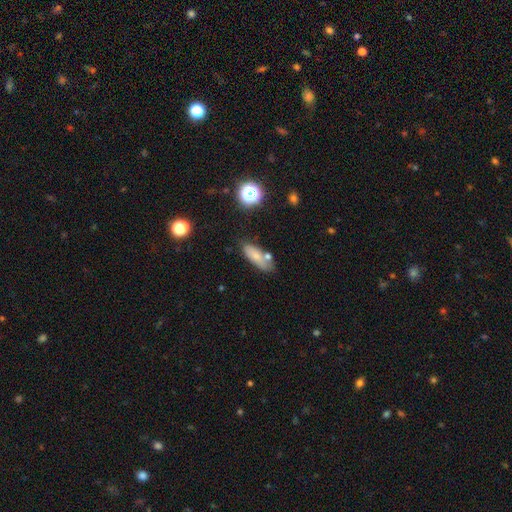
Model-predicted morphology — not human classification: Q: Smooth or featured?
A: smooth (73%); runner-up: featured or disk (16%)
Q: How rounded?
A: in between (69%); runner-up: cigar-shaped (27%)
Q: Merging?
A: none (60%); runner-up: minor disturbance (20%)